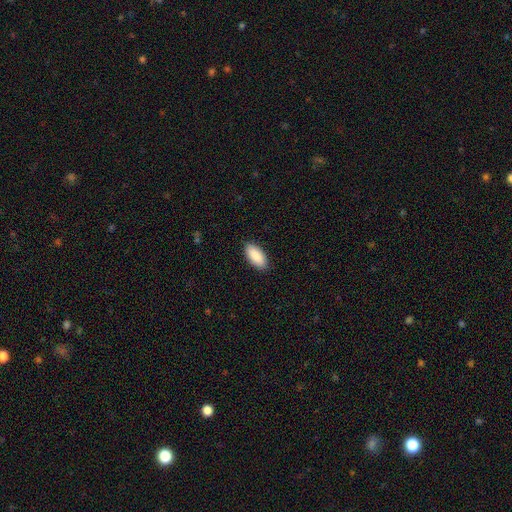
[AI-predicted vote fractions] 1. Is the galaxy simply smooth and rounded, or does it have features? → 91% smooth, 6% star or artifact, 3% featured or disk.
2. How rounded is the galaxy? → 91% in between, 8% cigar-shaped, 2% round.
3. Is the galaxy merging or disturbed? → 89% none, 8% minor disturbance, 2% major disturbance, 1% merger.